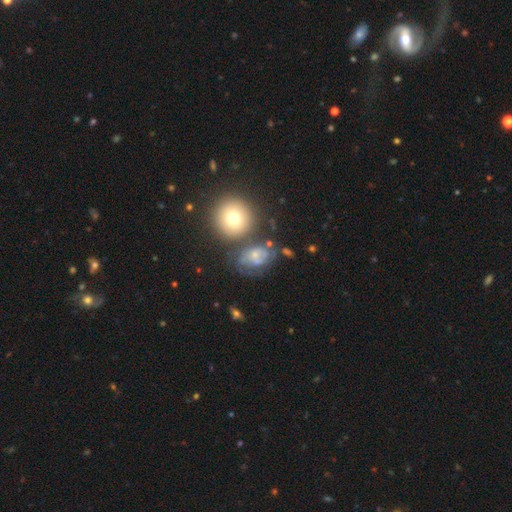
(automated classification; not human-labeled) Smooth or featured? Predicted: featured or disk (p=0.46). Merging? Predicted: none (p=0.40).